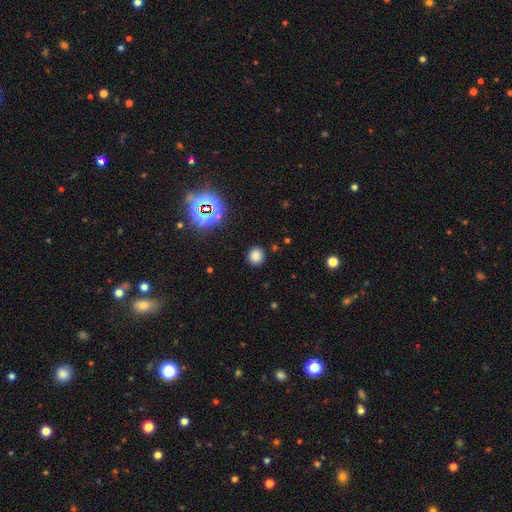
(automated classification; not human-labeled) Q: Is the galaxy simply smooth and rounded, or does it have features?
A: smooth — 77%.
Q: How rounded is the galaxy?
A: round — 87%.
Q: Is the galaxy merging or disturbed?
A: none — 90%.